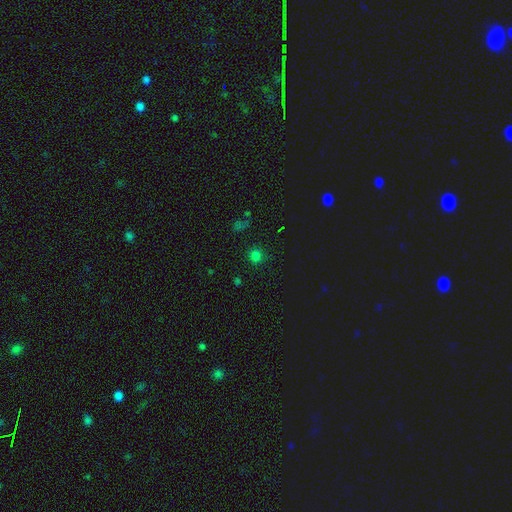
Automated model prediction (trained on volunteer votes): Q: Smooth or featured?
A: smooth (72%); runner-up: star or artifact (24%)
Q: How rounded?
A: round (88%); runner-up: in between (11%)
Q: Merging?
A: none (86%); runner-up: minor disturbance (9%)